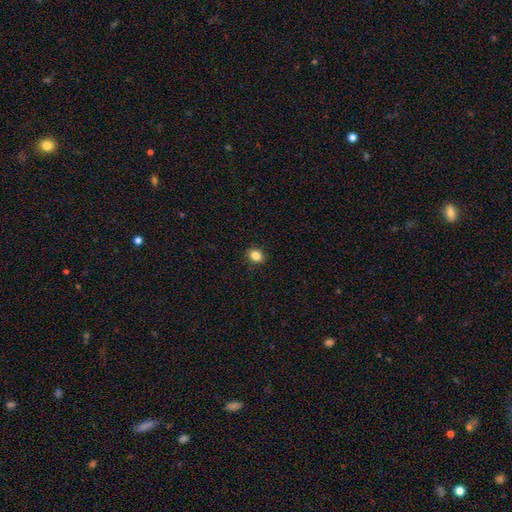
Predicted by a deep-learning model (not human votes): This appears to be a smooth galaxy with no disk features (85%) that is round (53%). Merging: none (90%).